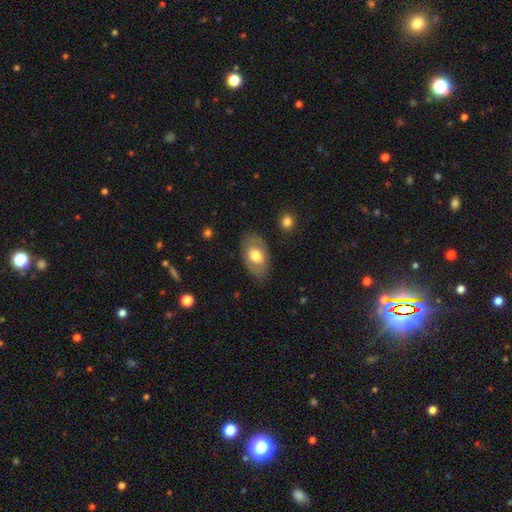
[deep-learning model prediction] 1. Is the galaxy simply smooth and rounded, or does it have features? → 63% smooth, 30% featured or disk, 6% star or artifact.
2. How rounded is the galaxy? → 91% in between, 8% round, 1% cigar-shaped.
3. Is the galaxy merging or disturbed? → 78% none, 16% minor disturbance, 5% major disturbance, 1% merger.